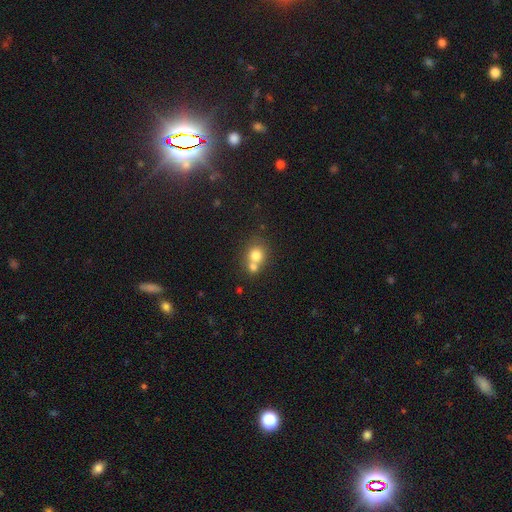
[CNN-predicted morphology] Smooth or featured? smooth (76%)
How rounded? round (78%)
Merging? merger (52%)